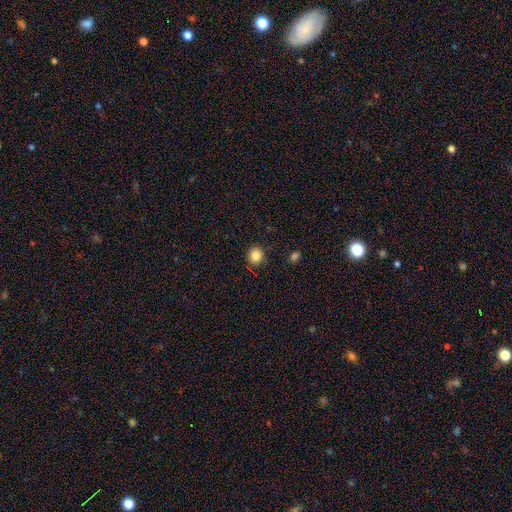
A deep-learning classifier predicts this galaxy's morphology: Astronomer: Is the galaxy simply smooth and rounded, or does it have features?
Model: smooth — 84%.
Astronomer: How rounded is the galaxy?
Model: round — 86%.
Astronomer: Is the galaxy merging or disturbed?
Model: none — 87%.